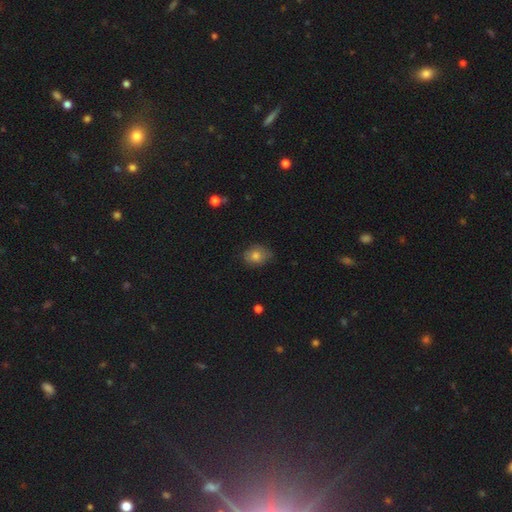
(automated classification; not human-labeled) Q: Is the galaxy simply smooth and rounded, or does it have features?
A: smooth — 77%.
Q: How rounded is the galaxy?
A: in between — 61%.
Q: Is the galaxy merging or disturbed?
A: none — 71%.